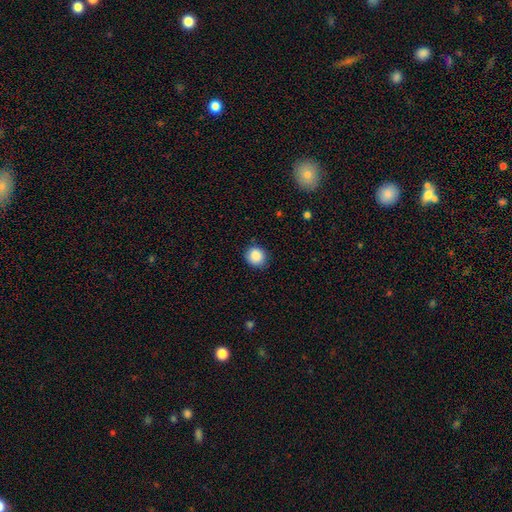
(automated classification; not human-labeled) smooth-or-featured: smooth: 88% | star or artifact: 9% | featured or disk: 3%
  how-rounded: round: 85% | in between: 14% | cigar-shaped: 1%
  merging: none: 87% | minor disturbance: 10% | major disturbance: 2% | merger: 1%